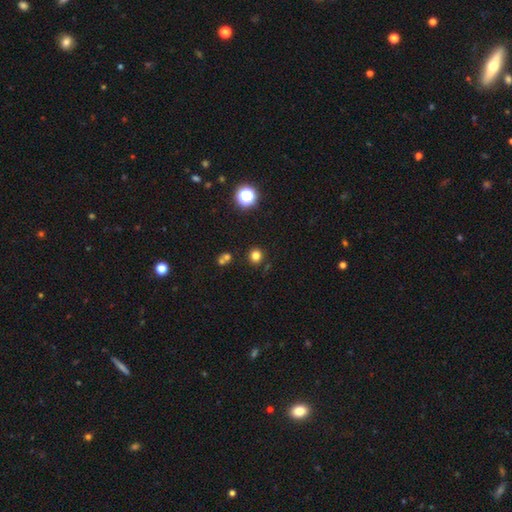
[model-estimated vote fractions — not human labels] smooth 77%, star or artifact 17%, featured or disk 5%. Down the decision tree: how rounded — round (88%); merging — none (85%).